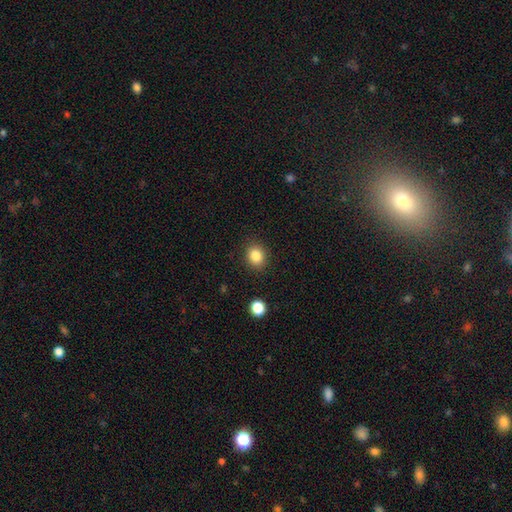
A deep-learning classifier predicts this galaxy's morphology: Smooth or featured?
  - smooth: 85% *
  - star or artifact: 10%
  - featured or disk: 5%
How rounded?
  - round: 67% *
  - in between: 32%
  - cigar-shaped: 1%
Merging?
  - none: 88% *
  - minor disturbance: 8%
  - major disturbance: 3%
  - merger: 1%